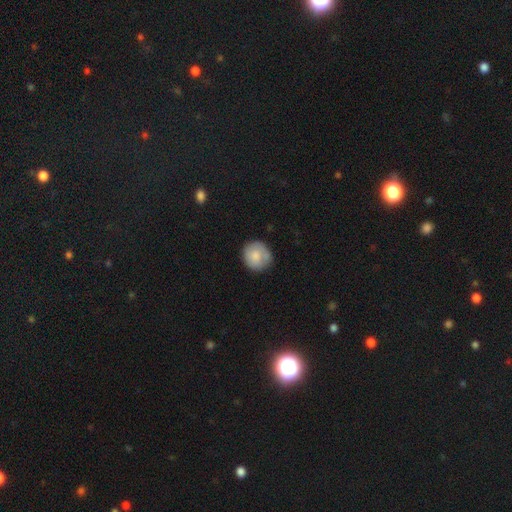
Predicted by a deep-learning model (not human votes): smooth 78%, featured or disk 16%, star or artifact 7%. Down the decision tree: how rounded — round (90%); merging — none (76%).